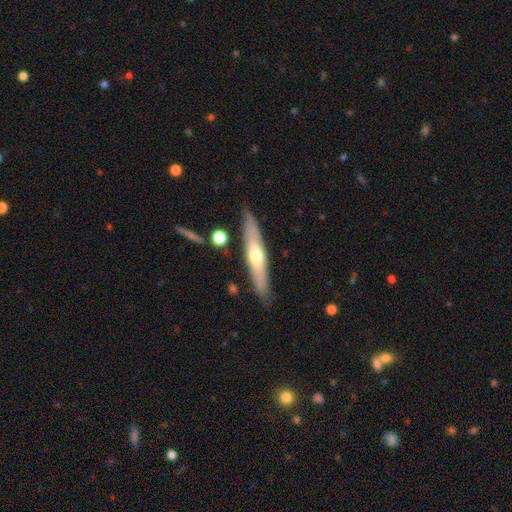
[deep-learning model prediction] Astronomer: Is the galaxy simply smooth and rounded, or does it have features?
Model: featured or disk — 52% (runner-up: smooth, 42%).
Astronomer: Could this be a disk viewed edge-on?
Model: yes — 86%.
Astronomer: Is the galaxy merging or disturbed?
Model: none — 85%.